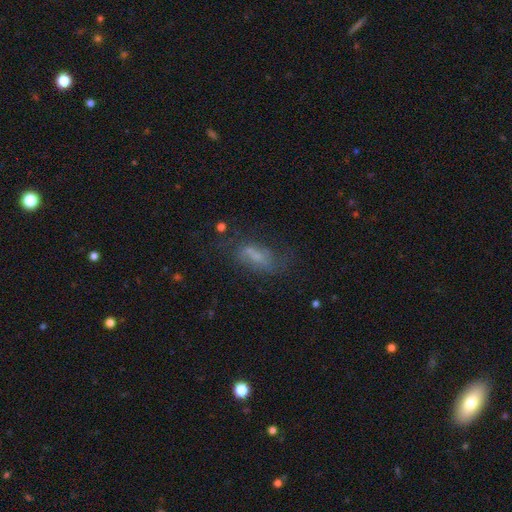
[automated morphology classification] Smooth or featured: smooth — 49% (featured or disk — 34%)
Merging: none — 45% (minor disturbance — 22%)